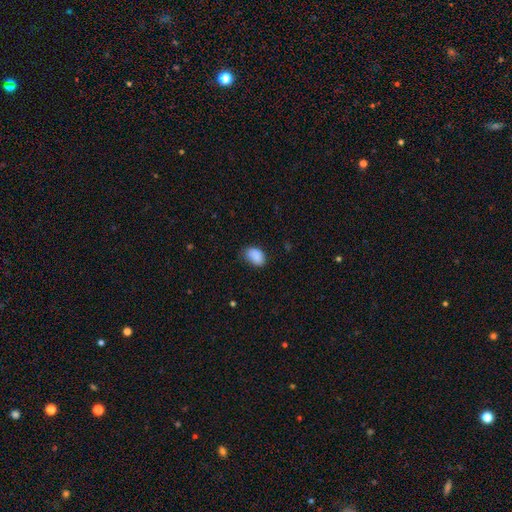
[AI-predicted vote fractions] Morphology: type=smooth (88%); roundness=in between (83%); merging=none (68%).